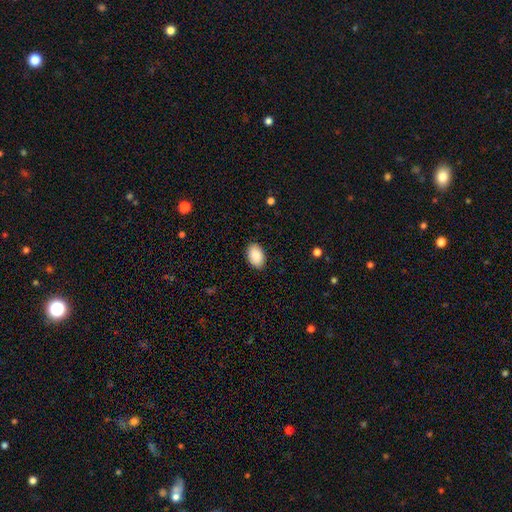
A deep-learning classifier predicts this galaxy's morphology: A smooth galaxy with no disk features (89%) that is in between round and cigar-shaped (92%).

Vote fractions:
- Smooth or featured? smooth: 89% / star or artifact: 6% / featured or disk: 4%
- How rounded? in between: 92% / round: 7% / cigar-shaped: 1%
- Merging? none: 89% / minor disturbance: 8% / major disturbance: 2% / merger: 1%